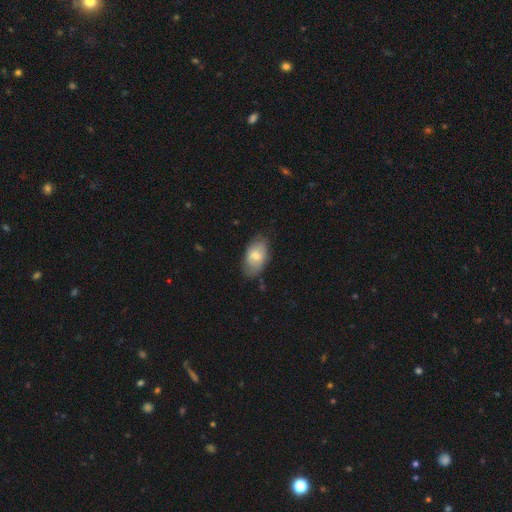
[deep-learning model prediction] Q: Smooth or featured?
A: smooth (70%); runner-up: featured or disk (24%)
Q: How rounded?
A: in between (92%); runner-up: round (7%)
Q: Merging?
A: none (73%); runner-up: minor disturbance (21%)